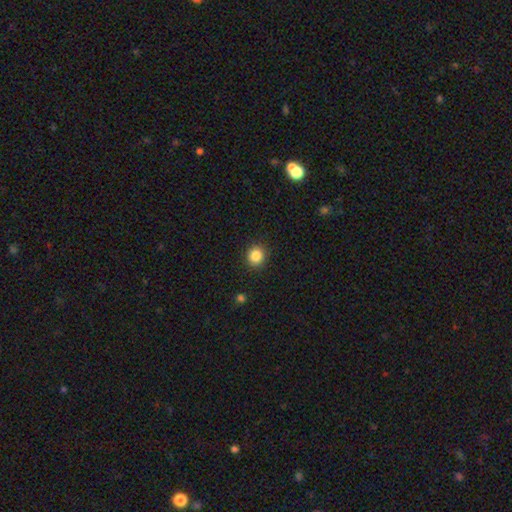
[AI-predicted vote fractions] Smooth or featured: smooth — 86% (star or artifact — 10%)
How rounded: round — 90% (in between — 9%)
Merging: none — 91% (minor disturbance — 6%)